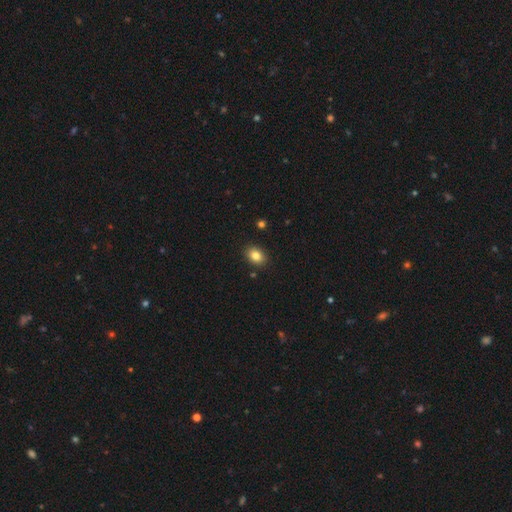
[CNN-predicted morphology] Smooth or featured? smooth (84%)
How rounded? in between (70%)
Merging? none (88%)